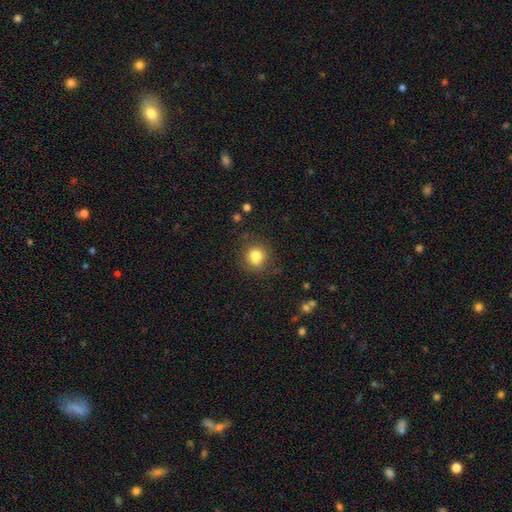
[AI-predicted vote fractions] Smooth or featured: smooth — 81% (star or artifact — 12%)
How rounded: round — 87% (in between — 12%)
Merging: none — 82% (minor disturbance — 12%)